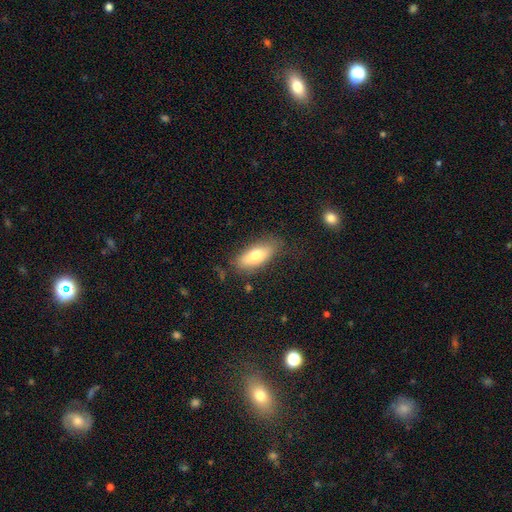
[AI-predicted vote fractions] Smooth or featured? smooth (74%)
How rounded? in between (77%)
Merging? none (77%)